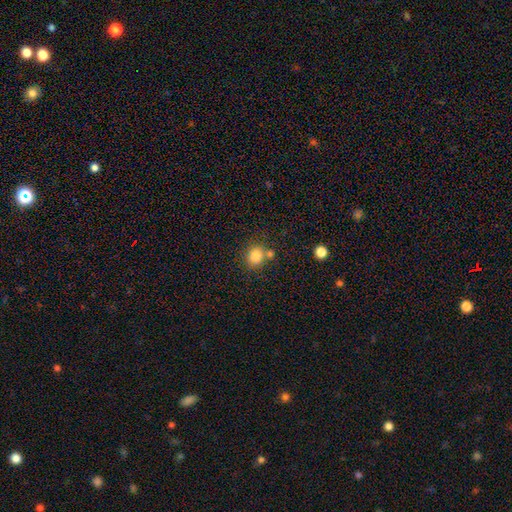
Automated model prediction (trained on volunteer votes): Smooth or featured? Predicted: smooth (p=0.83). How rounded? Predicted: round (p=0.68). Merging? Predicted: none (p=0.68).